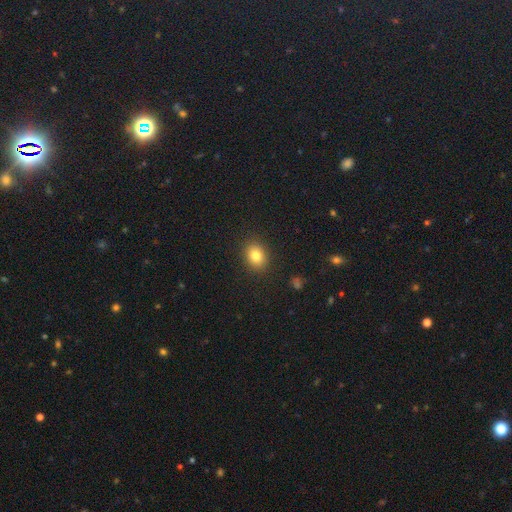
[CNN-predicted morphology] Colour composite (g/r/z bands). It shows a smooth galaxy with no disk features (82%) that is round (50%). Merging: none (89%).